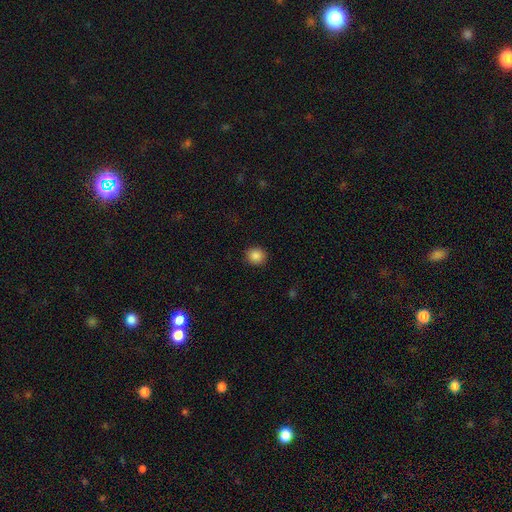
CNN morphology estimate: A smooth galaxy with no disk features (87%) that is round (87%). Merging: none (92%).